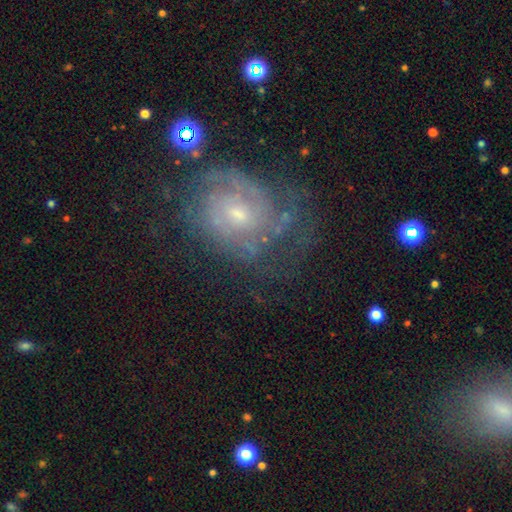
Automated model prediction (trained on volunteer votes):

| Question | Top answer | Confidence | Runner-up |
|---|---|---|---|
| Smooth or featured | featured or disk | 78% | smooth (13%) |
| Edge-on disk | no | 97% | yes (3%) |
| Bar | no | 67% | weak (28%) |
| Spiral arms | yes | 88% | no (12%) |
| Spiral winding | tight | 62% | medium (29%) |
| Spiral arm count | can't tell | 48% | 2 (21%) |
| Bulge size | small | 57% | moderate (38%) |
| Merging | none | 61% | minor disturbance (21%) |